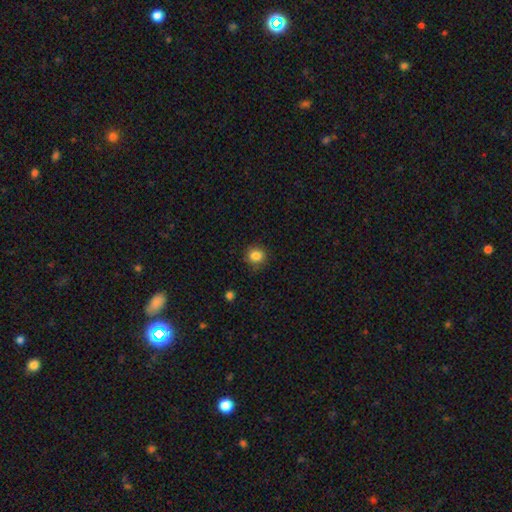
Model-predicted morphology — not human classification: type=smooth (85%); roundness=round (88%); merging=none (87%).